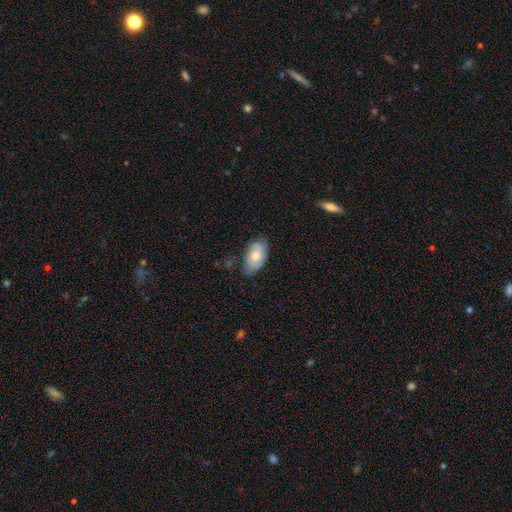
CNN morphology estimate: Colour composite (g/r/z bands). It shows a smooth galaxy with no disk features (59%) that is in between round and cigar-shaped (91%). Merging: none (65%).